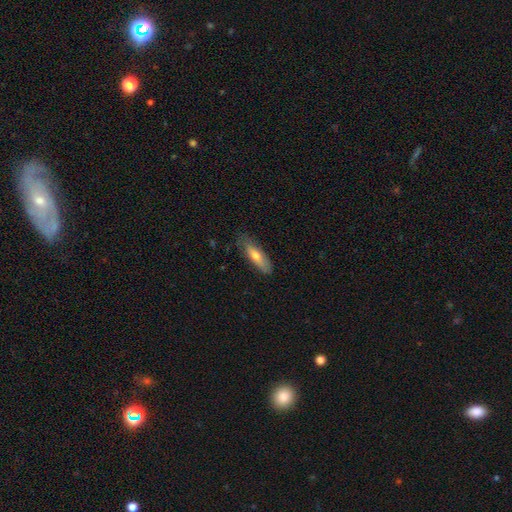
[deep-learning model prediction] This appears to be a smooth galaxy with no disk features (66%) that is cigar-shaped (58%). Merging: none (75%).